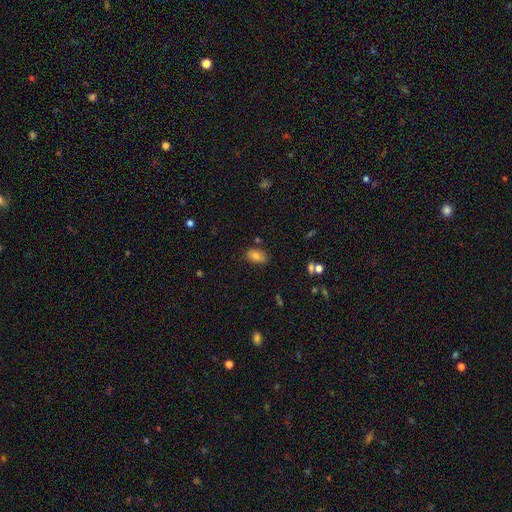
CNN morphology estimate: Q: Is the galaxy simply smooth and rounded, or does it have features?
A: smooth — 77%.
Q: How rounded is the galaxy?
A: in between — 88%.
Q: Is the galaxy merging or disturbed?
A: none — 76%.